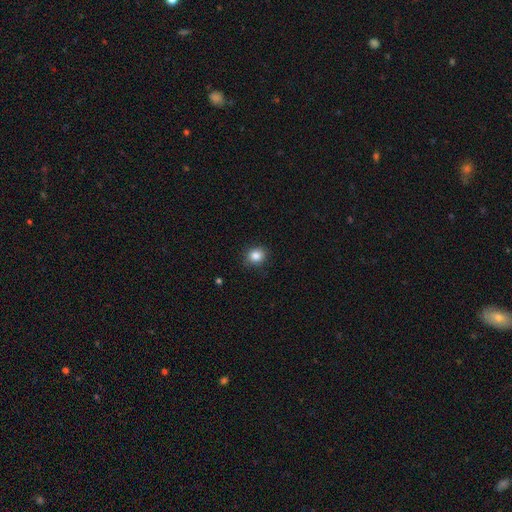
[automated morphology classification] A smooth galaxy with no disk features (85%) that is round (77%). Merging: none (87%).